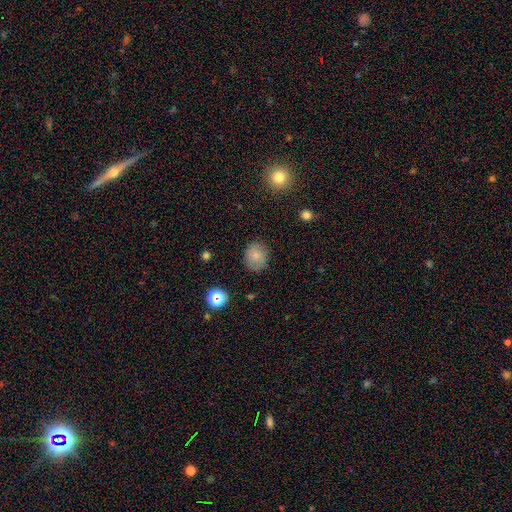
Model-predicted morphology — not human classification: This is likely a smooth galaxy (78%). How rounded: likely round (62%). Merging: clearly none (82%).